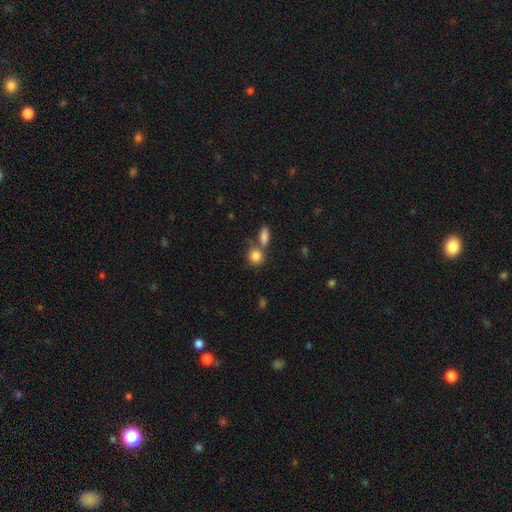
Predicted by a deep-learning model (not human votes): This is clearly a smooth galaxy (85%). How rounded: likely round (73%). Merging: possibly none (51%).